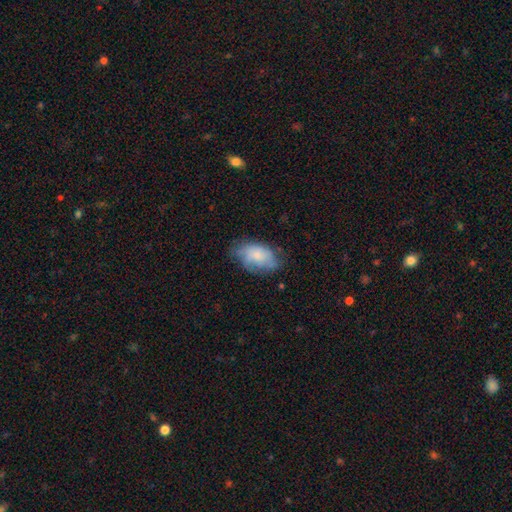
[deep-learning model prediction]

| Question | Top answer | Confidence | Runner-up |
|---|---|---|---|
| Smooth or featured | smooth | 58% | featured or disk (34%) |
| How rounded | in between | 90% | round (8%) |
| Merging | none | 57% | minor disturbance (30%) |